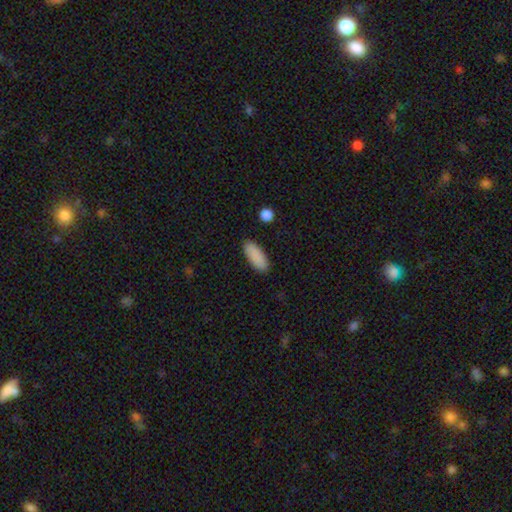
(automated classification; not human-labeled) Overall: smooth (89%). How rounded: in between (74%). Merging: none (88%).